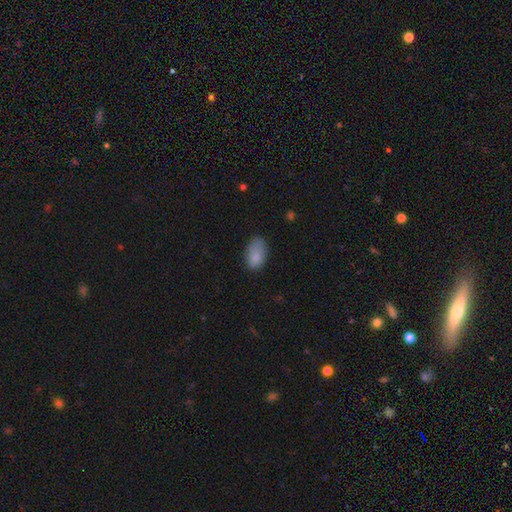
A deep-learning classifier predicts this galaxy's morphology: The model was most divided on "merging": none: 61%, minor disturbance: 29%, major disturbance: 8%, merger: 2%. More confident: how rounded — in between (92%); smooth or featured — smooth (85%).